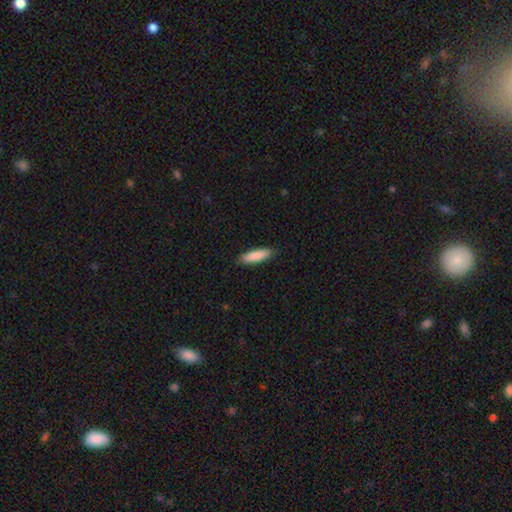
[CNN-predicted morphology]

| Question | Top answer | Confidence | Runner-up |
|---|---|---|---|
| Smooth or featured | smooth | 87% | featured or disk (7%) |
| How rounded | cigar-shaped | 64% | in between (34%) |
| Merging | none | 89% | minor disturbance (8%) |